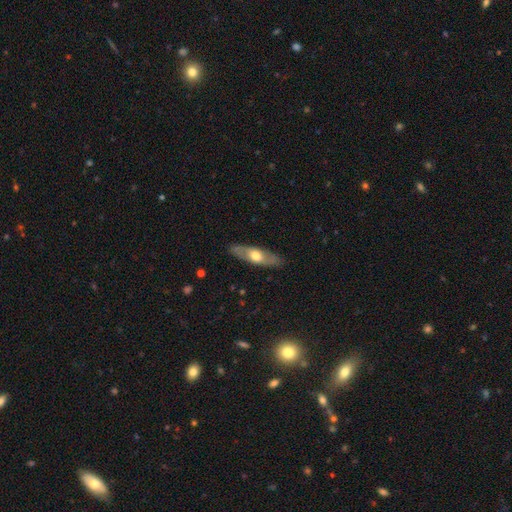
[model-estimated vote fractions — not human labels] smooth-or-featured: featured or disk: 49% | smooth: 46% | star or artifact: 5%
  merging: none: 86% | minor disturbance: 10% | major disturbance: 2% | merger: 1%